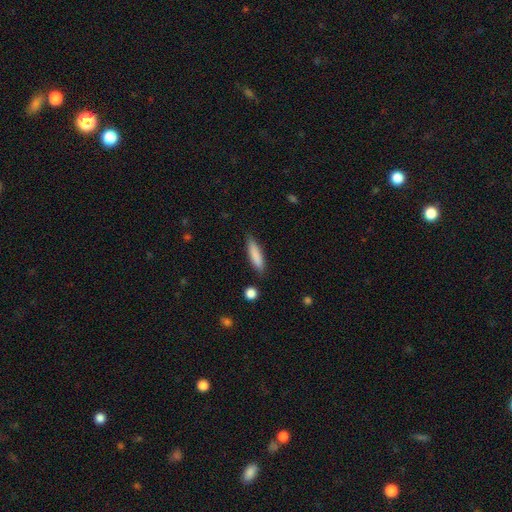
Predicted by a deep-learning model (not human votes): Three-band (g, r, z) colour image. It shows a smooth galaxy with no disk features (84%) that is cigar-shaped (75%). Merging: none (83%).